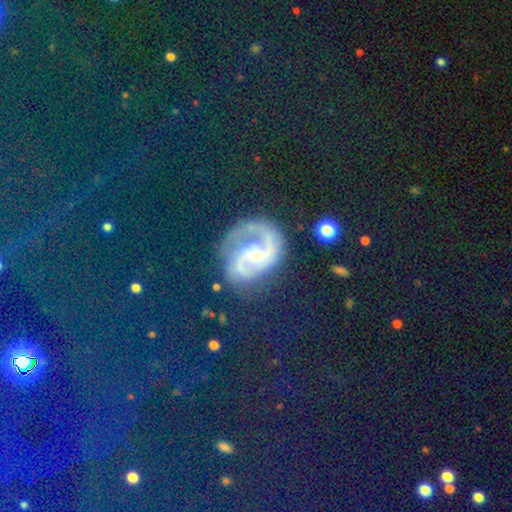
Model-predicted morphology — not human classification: Smooth or featured: featured or disk — 60% (star or artifact — 26%)
Edge-on disk: no — 97% (yes — 3%)
Bar: no — 58% (weak — 30%)
Spiral arms: yes — 88% (no — 12%)
Spiral winding: medium — 51% (tight — 26%)
Spiral arm count: 2 — 89% (1 — 3%)
Bulge size: small — 47% (moderate — 45%)
Merging: none — 64% (minor disturbance — 20%)